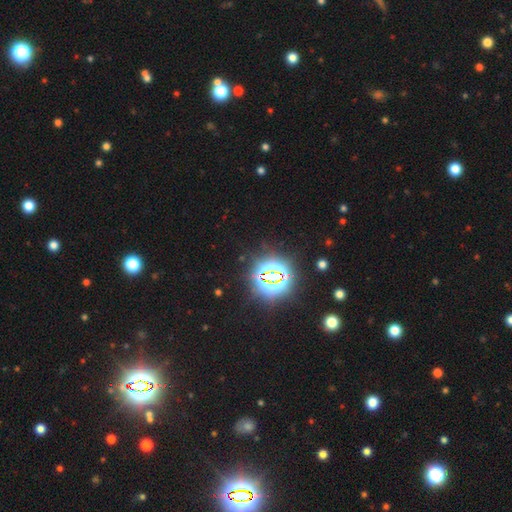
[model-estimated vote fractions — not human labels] smooth-or-featured: star or artifact: 81% | smooth: 13% | featured or disk: 6%